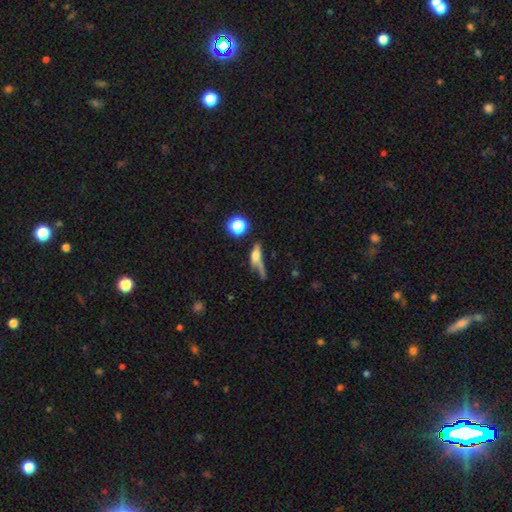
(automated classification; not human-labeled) smooth_or_featured: smooth (p=0.54) [alt: featured or disk p=0.31]
how_rounded: cigar-shaped (p=0.47) [alt: in between p=0.39]
merging: none (p=0.35) [alt: major disturbance p=0.27]